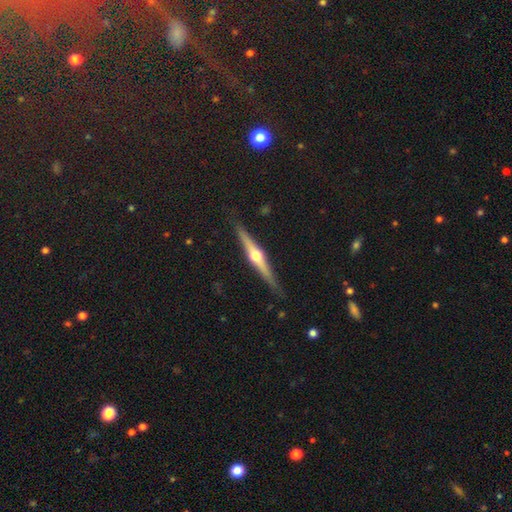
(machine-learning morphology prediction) A featured or disk galaxy (77%) viewed edge-on (98%) with a rounded central bulge (95%). Merging: none (87%).